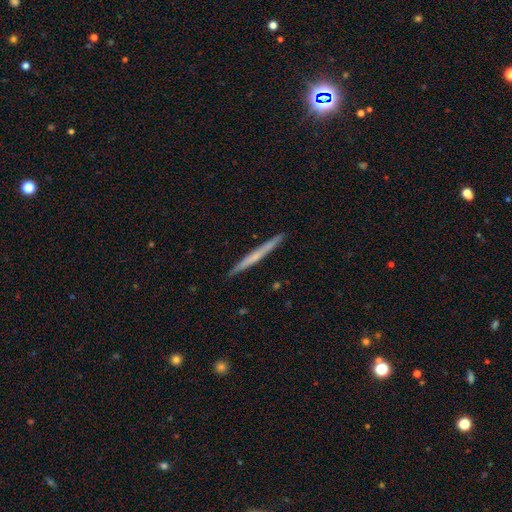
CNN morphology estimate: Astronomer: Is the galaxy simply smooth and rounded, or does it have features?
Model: smooth — 50% (runner-up: featured or disk, 44%).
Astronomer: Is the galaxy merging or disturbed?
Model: none — 92%.